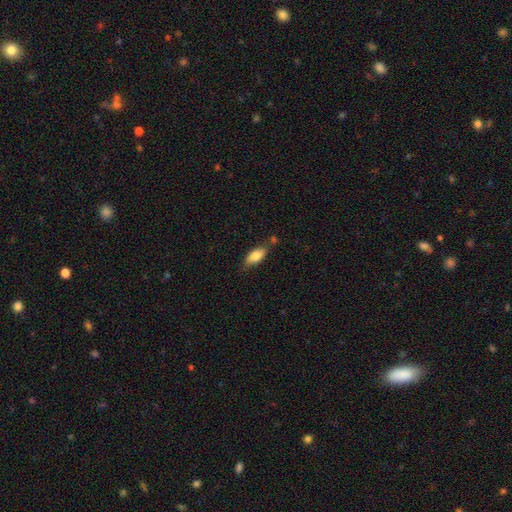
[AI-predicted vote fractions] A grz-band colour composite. It shows a smooth galaxy with no disk features (80%) that is in between round and cigar-shaped (84%). Merging: none (68%).